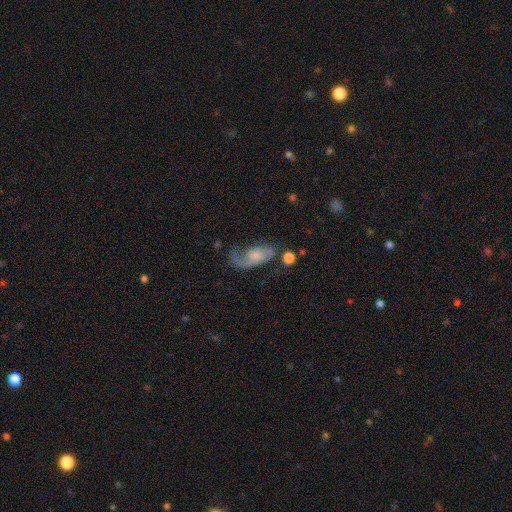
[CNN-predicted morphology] This appears to be a featured or disk galaxy (61%) with no bar (66%), spiral arms (87%) and a small central bulge (36%). Merging: none (40%).